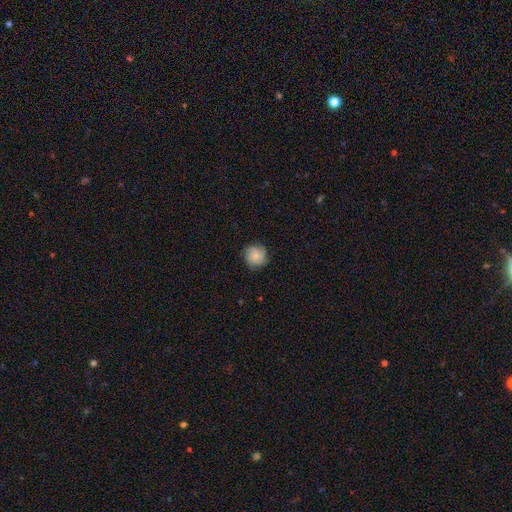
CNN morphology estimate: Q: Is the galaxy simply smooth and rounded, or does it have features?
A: smooth — 59%.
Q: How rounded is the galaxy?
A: round — 90%.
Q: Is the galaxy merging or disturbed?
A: none — 82%.